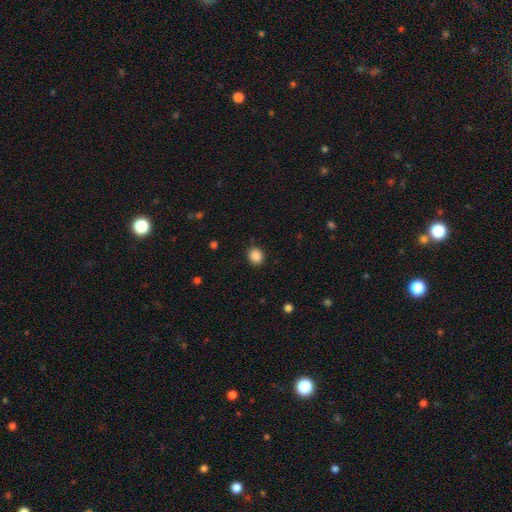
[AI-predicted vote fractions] Overall: smooth (87%). How rounded: round (75%). Merging: none (90%).